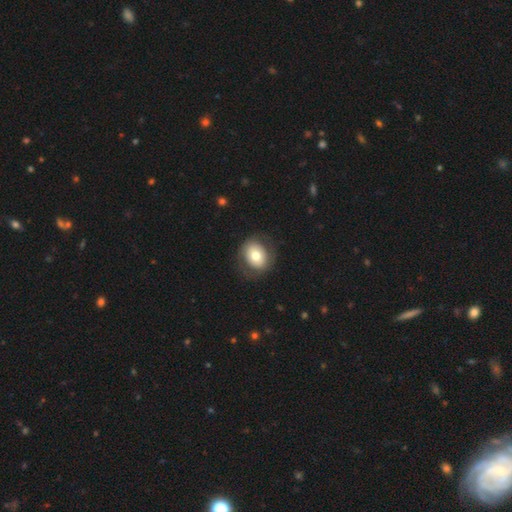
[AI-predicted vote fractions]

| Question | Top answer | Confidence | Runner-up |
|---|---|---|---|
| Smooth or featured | smooth | 69% | featured or disk (23%) |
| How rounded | round | 54% | in between (45%) |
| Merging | none | 80% | minor disturbance (13%) |